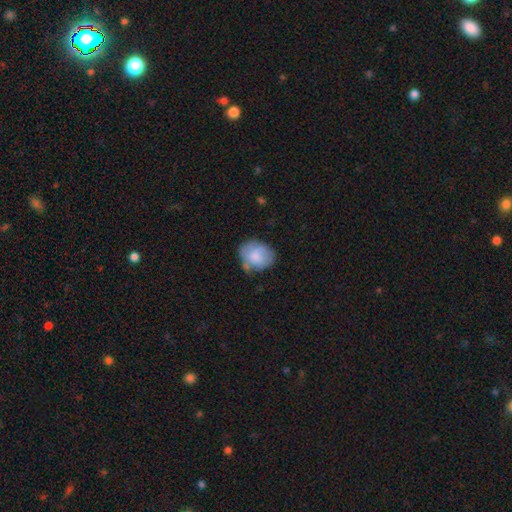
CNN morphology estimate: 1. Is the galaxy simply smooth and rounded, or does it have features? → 75% smooth, 18% featured or disk, 7% star or artifact.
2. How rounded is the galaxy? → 53% round, 46% in between, 1% cigar-shaped.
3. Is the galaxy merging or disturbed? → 51% none, 33% minor disturbance, 11% major disturbance, 5% merger.